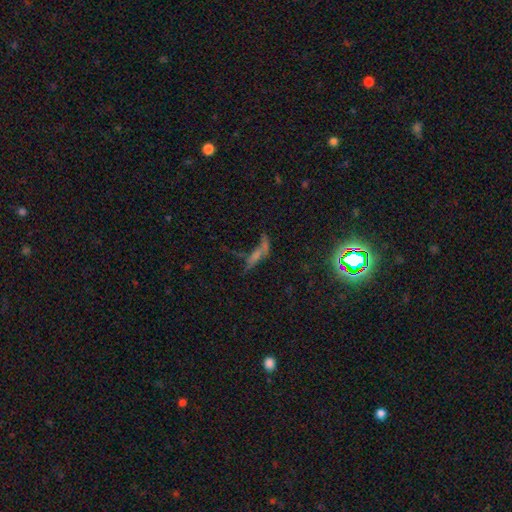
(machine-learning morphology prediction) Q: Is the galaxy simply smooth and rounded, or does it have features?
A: smooth — 35%.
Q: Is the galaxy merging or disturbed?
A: none — 37%.